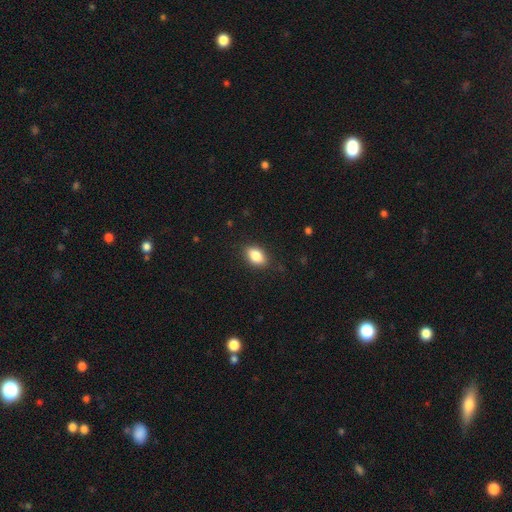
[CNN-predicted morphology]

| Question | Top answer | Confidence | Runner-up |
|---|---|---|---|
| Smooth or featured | smooth | 85% | star or artifact (8%) |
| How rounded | in between | 88% | round (10%) |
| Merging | none | 86% | minor disturbance (10%) |